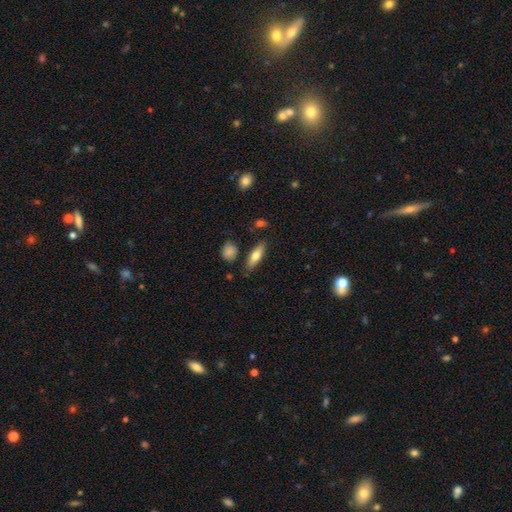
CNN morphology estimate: This is likely a smooth galaxy (68%). How rounded: possibly in between (51%). Merging: clearly none (81%).